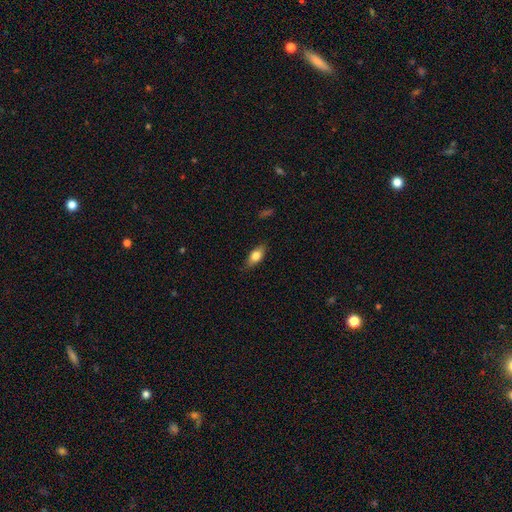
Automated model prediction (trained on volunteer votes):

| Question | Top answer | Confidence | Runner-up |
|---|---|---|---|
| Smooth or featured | smooth | 78% | featured or disk (14%) |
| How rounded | in between | 84% | cigar-shaped (12%) |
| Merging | none | 83% | minor disturbance (14%) |